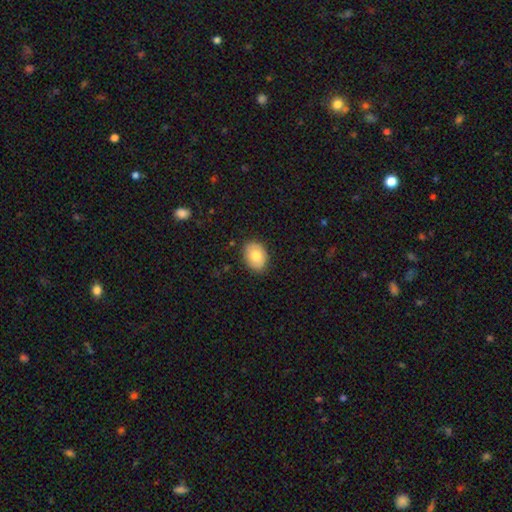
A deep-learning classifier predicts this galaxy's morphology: Overall: smooth (76%). How rounded: in between (73%). Merging: none (85%).